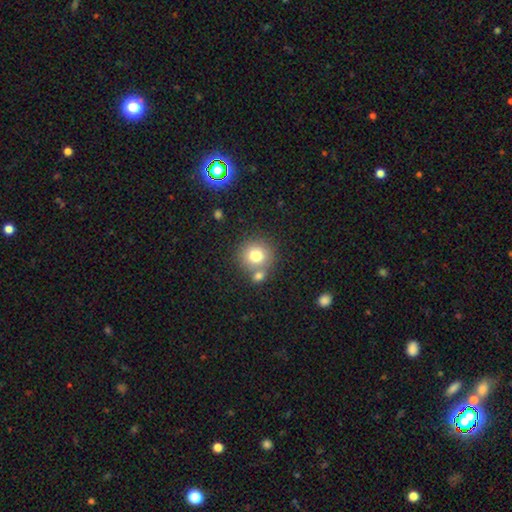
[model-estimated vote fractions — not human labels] Q: Smooth or featured?
A: smooth (77%); runner-up: star or artifact (12%)
Q: How rounded?
A: round (90%); runner-up: in between (9%)
Q: Merging?
A: none (64%); runner-up: merger (24%)